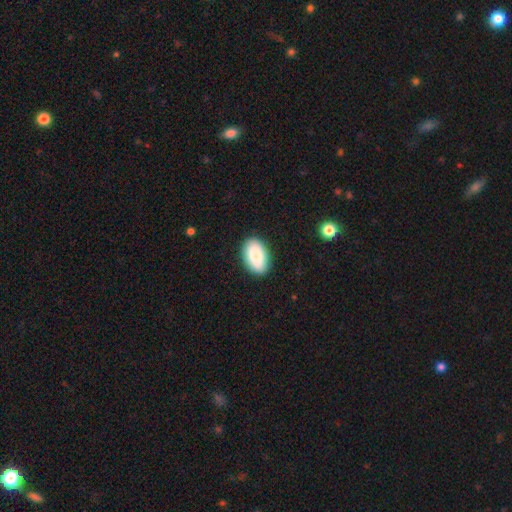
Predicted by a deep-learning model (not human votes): Q: Smooth or featured?
A: smooth (86%); runner-up: featured or disk (8%)
Q: How rounded?
A: in between (93%); runner-up: round (5%)
Q: Merging?
A: none (88%); runner-up: minor disturbance (9%)